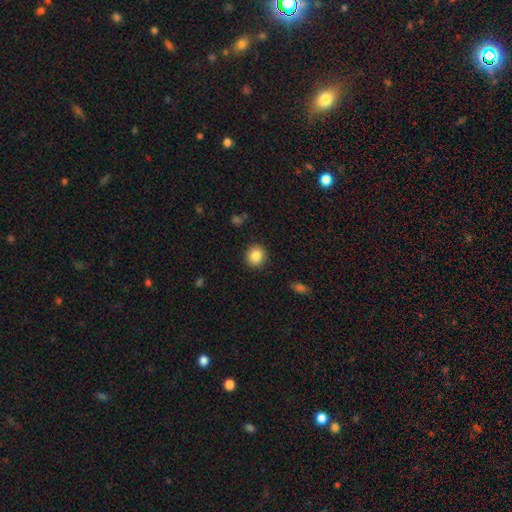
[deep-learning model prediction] A smooth galaxy with no disk features (87%) that is round (81%).

Vote fractions:
- Smooth or featured? smooth: 87% / star or artifact: 9% / featured or disk: 4%
- How rounded? round: 81% / in between: 18% / cigar-shaped: 1%
- Merging? none: 90% / minor disturbance: 7% / major disturbance: 2% / merger: 1%